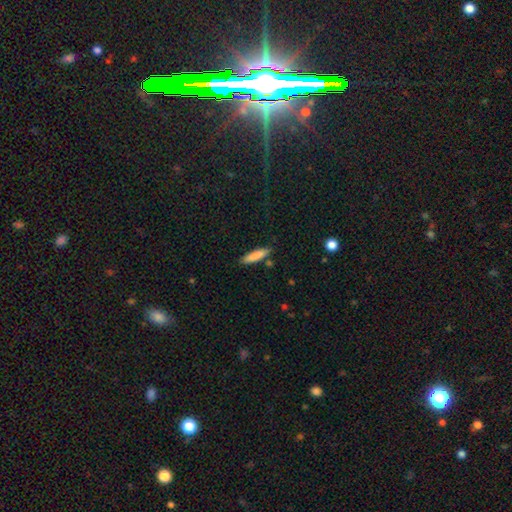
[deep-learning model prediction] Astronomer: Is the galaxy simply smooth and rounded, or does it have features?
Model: smooth — 84%.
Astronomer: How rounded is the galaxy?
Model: cigar-shaped — 78%.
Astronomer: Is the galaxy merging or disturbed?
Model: none — 85%.